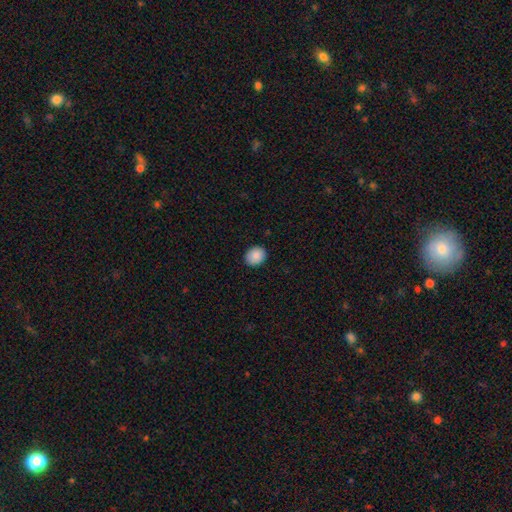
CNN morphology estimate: smooth_or_featured: smooth (p=0.88) [alt: star or artifact p=0.08]
how_rounded: round (p=0.58) [alt: in between p=0.41]
merging: none (p=0.89) [alt: minor disturbance p=0.08]